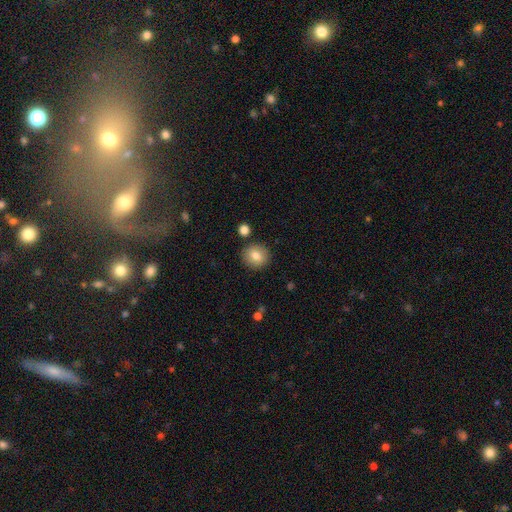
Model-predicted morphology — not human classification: smooth_or_featured: smooth (p=0.83) [alt: featured or disk p=0.09]
how_rounded: round (p=0.88) [alt: in between p=0.11]
merging: none (p=0.87) [alt: minor disturbance p=0.07]